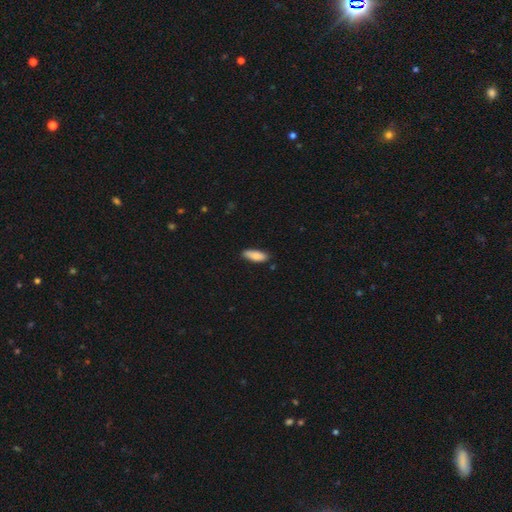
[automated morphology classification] This is clearly a smooth galaxy (85%). How rounded: likely in between (69%). Merging: clearly none (82%).